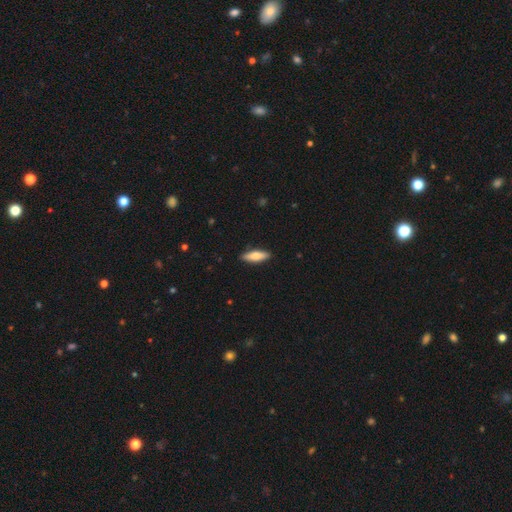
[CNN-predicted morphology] The model was most divided on "how rounded": cigar-shaped: 53%, in between: 45%, round: 2%. More confident: merging — none (89%); smooth or featured — smooth (66%).